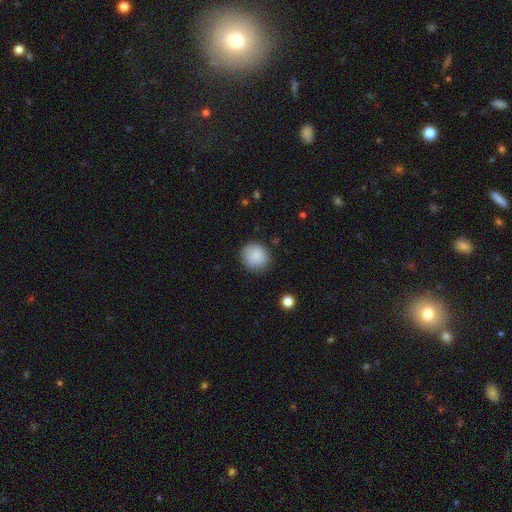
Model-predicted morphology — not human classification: smooth_or_featured: smooth (p=0.87) [alt: star or artifact p=0.07]
how_rounded: round (p=0.91) [alt: in between p=0.08]
merging: none (p=0.87) [alt: minor disturbance p=0.10]